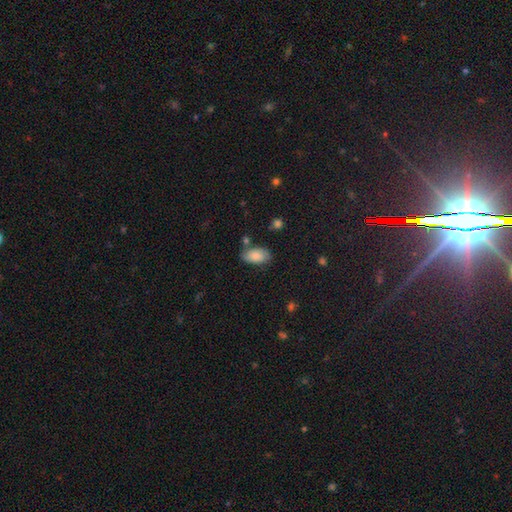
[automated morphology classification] The model was most divided on "merging": none: 68%, minor disturbance: 20%, merger: 6%, major disturbance: 5%. More confident: how rounded — in between (93%); smooth or featured — smooth (73%).